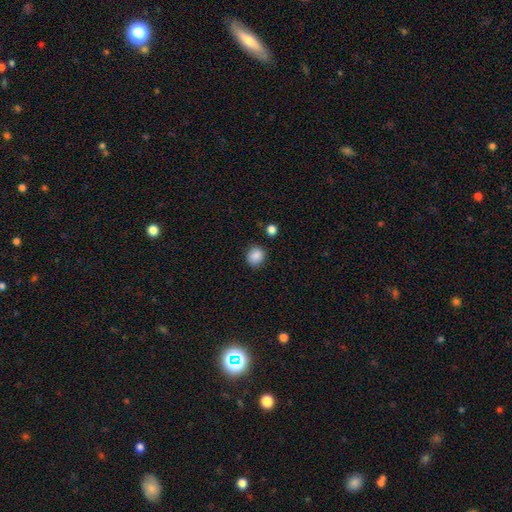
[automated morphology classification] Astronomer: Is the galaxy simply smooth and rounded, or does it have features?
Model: smooth — 87%.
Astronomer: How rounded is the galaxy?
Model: round — 73%.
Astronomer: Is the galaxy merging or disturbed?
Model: none — 83%.